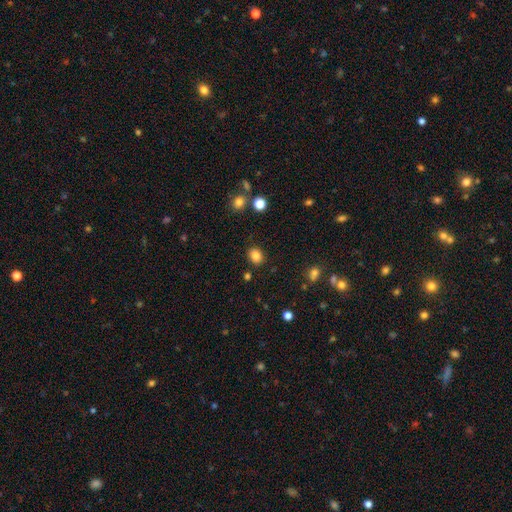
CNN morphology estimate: Overall: smooth (84%). How rounded: round (53%; in between 47%). Merging: none (86%).